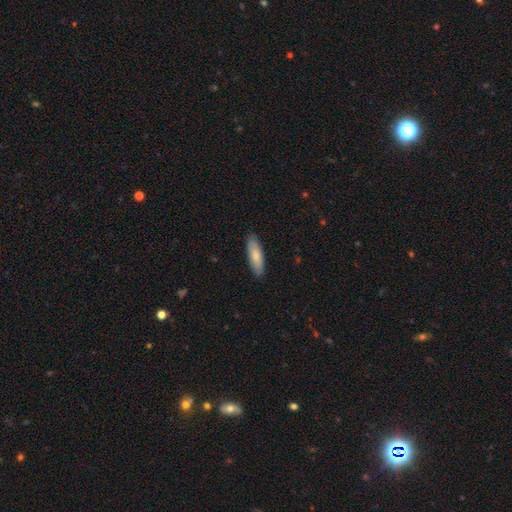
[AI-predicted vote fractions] A smooth galaxy with no disk features (80%) that is in between round and cigar-shaped (54%).

Vote fractions:
- Smooth or featured? smooth: 80% / featured or disk: 15% / star or artifact: 5%
- How rounded? in between: 54% / cigar-shaped: 44% / round: 2%
- Merging? none: 88% / minor disturbance: 9% / major disturbance: 2% / merger: 1%